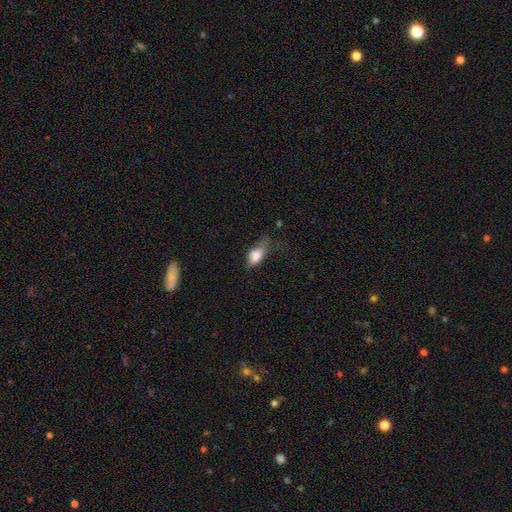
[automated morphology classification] smooth_or_featured: smooth (p=0.76) [alt: featured or disk p=0.15]
how_rounded: in between (p=0.85) [alt: round p=0.08]
merging: major disturbance (p=0.37) [alt: minor disturbance p=0.33]